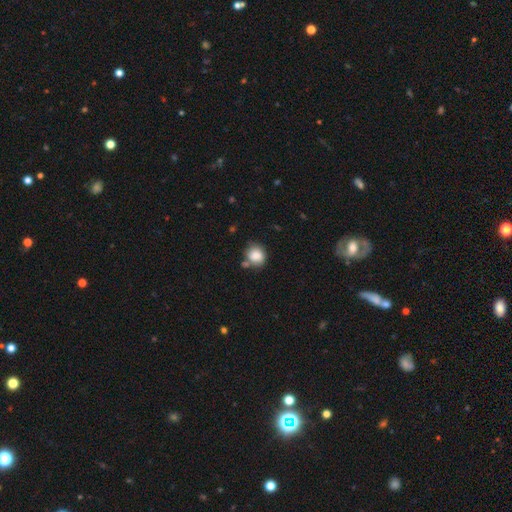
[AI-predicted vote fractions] Morphology: type=smooth (84%); roundness=round (78%); merging=none (61%).